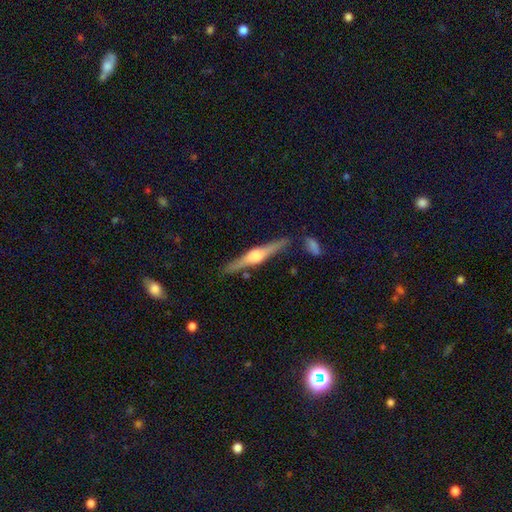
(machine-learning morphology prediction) featured or disk 79%, smooth 16%, star or artifact 5%. Down the decision tree: edge-on disk — yes (98%); edge-on bulge — rounded (90%); merging — none (83%).